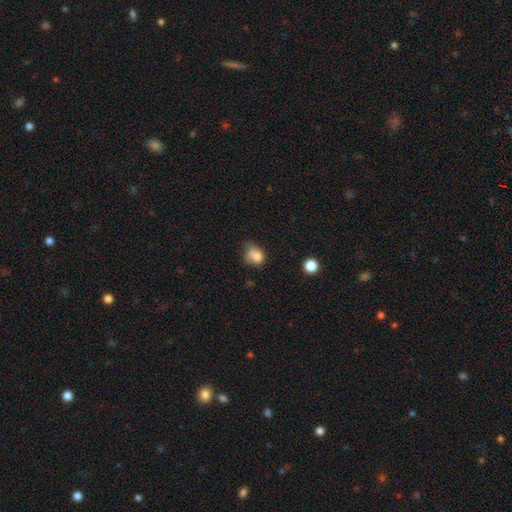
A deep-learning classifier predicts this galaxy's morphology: A smooth galaxy with no disk features (75%) that is round (54%).

Vote fractions:
- Smooth or featured? smooth: 75% / featured or disk: 14% / star or artifact: 12%
- How rounded? round: 54% / in between: 45% / cigar-shaped: 1%
- Merging? none: 30% / minor disturbance: 28% / merger: 27% / major disturbance: 16%